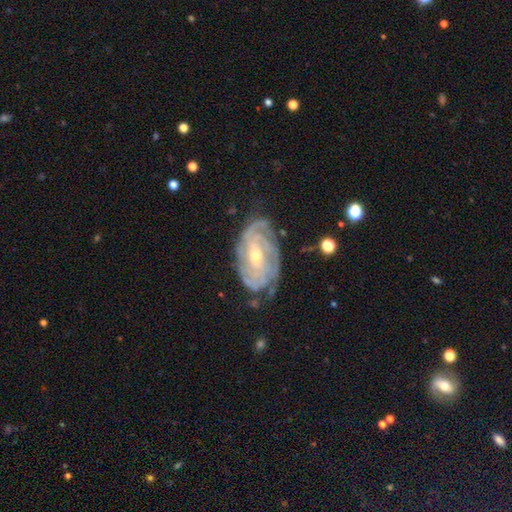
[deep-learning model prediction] The model was most divided on "spiral arm count" (2-way tie): can't tell: 26%, 4: 26%, 3: 21%, 2: 12%, more than 4: 9%, 1: 6%. More confident: spiral arms — yes (97%); edge-on disk — no (96%); smooth or featured — featured or disk (89%); spiral winding — tight (73%); merging — none (72%); bulge size — small (55%); bar — no (51%).